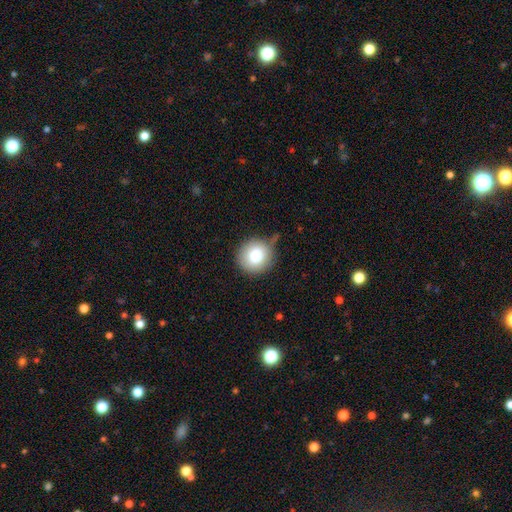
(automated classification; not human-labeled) This appears to be a smooth galaxy with no disk features (82%) that is round (92%). Merging: none (73%).